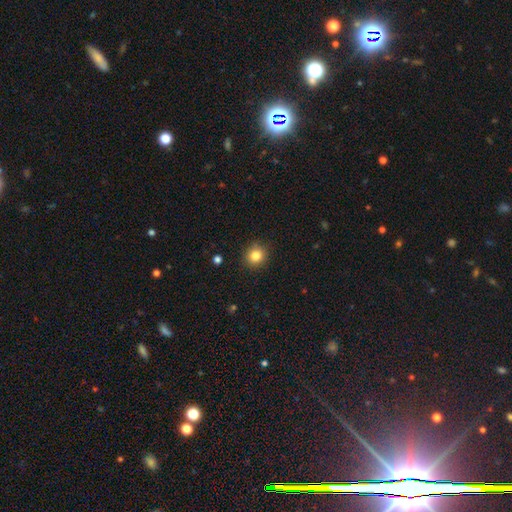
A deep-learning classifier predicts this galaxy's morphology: type=smooth (84%); roundness=round (85%); merging=none (89%).